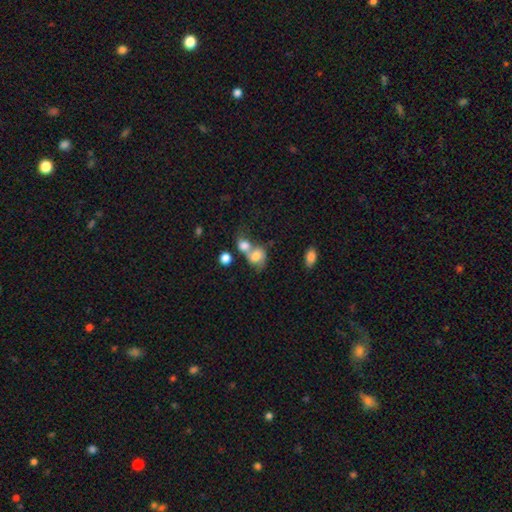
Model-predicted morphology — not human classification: This appears to be a smooth galaxy with no disk features (66%) that is in between round and cigar-shaped (52%). Merging: merger (62%).